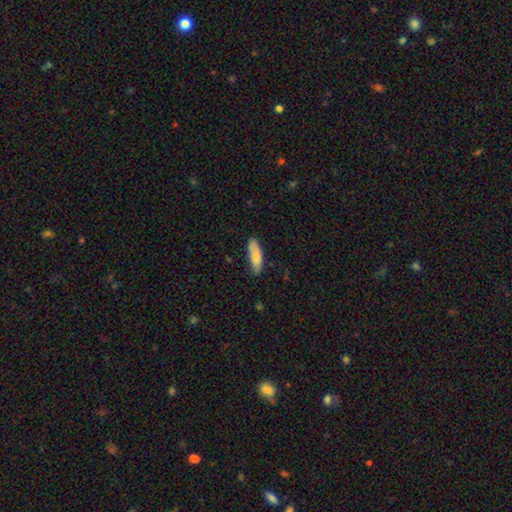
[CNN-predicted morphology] type=smooth (84%); roundness=in between (50%); merging=none (78%).